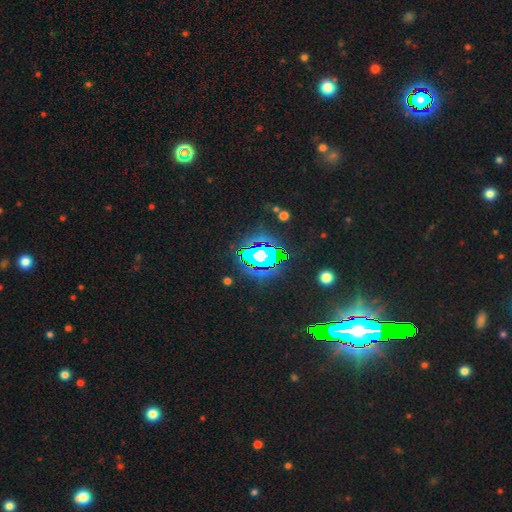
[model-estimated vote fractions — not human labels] Smooth or featured? Predicted: star or artifact (p=0.72).